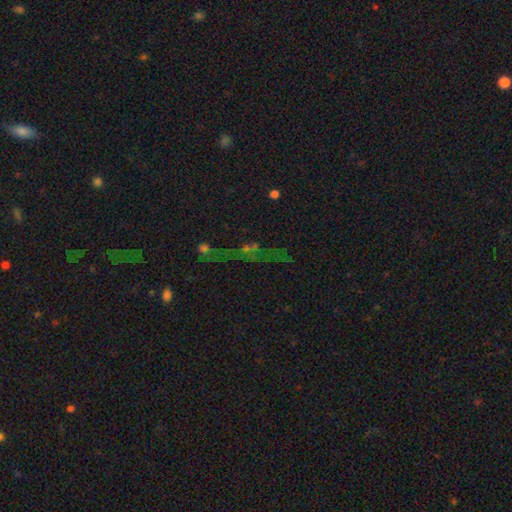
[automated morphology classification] star or artifact 62%, smooth 22%, featured or disk 16%.